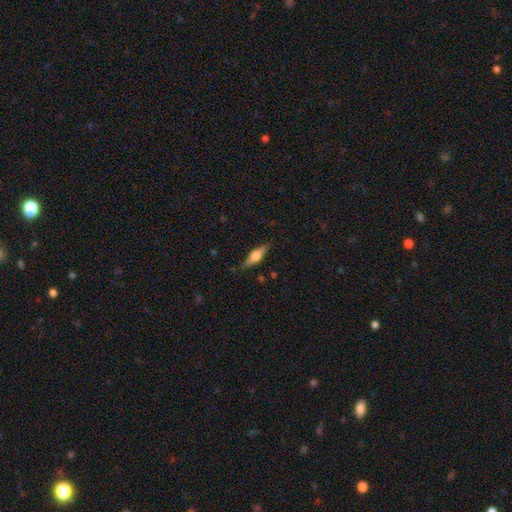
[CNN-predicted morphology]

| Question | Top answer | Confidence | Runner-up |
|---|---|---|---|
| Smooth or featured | featured or disk | 49% | smooth (44%) |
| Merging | none | 82% | minor disturbance (13%) |